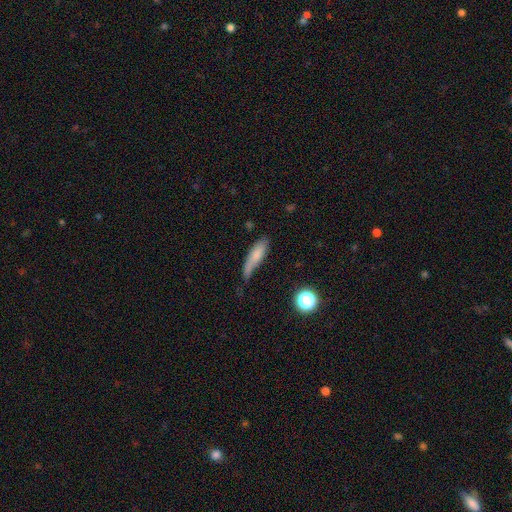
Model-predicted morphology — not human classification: A smooth galaxy with no disk features (73%) that is cigar-shaped (61%). Merging: none (42%).